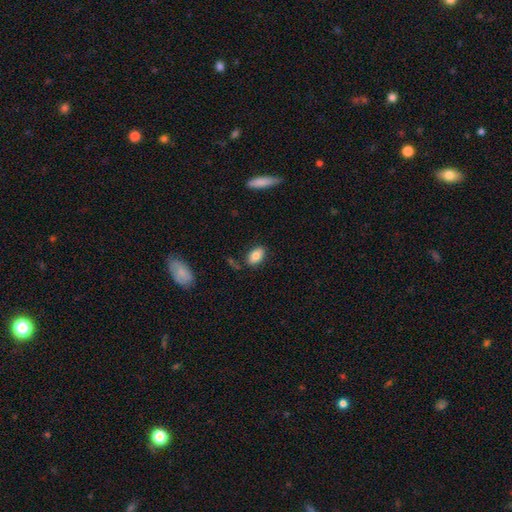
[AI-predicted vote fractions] smooth 83%, featured or disk 9%, star or artifact 8%. Down the decision tree: how rounded — in between (90%); merging — none (81%).